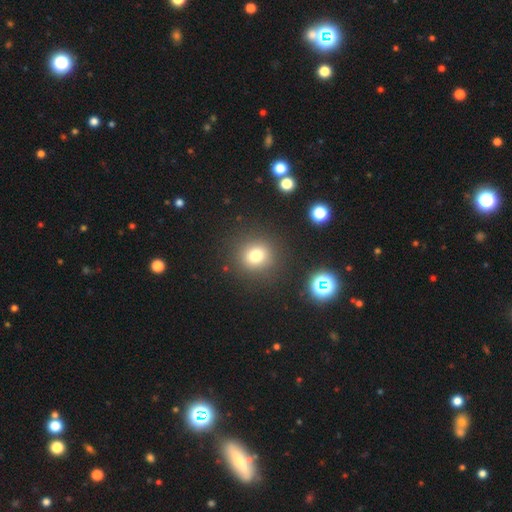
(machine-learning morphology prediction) The model was most divided on "smooth or featured": smooth: 75%, star or artifact: 17%, featured or disk: 8%. More confident: how rounded — round (89%); merging — none (88%).